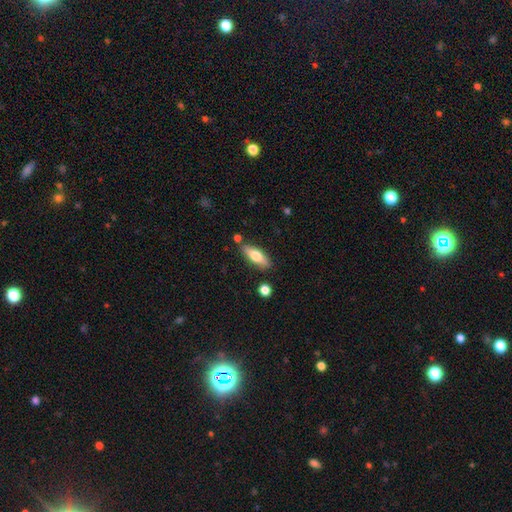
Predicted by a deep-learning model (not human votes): Q: Smooth or featured?
A: smooth (68%); runner-up: featured or disk (26%)
Q: How rounded?
A: in between (61%); runner-up: cigar-shaped (36%)
Q: Merging?
A: none (81%); runner-up: minor disturbance (12%)